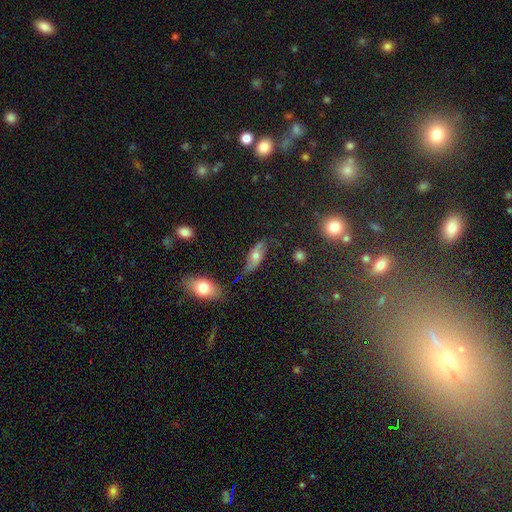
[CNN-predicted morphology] This appears to be a featured or disk galaxy (52%). Merging: none (65%).